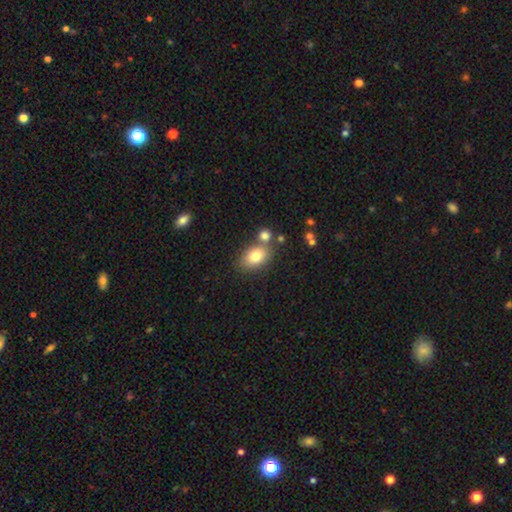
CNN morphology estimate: smooth_or_featured: smooth (p=0.79) [alt: featured or disk p=0.12]
how_rounded: in between (p=0.78) [alt: round p=0.20]
merging: none (p=0.62) [alt: merger p=0.21]